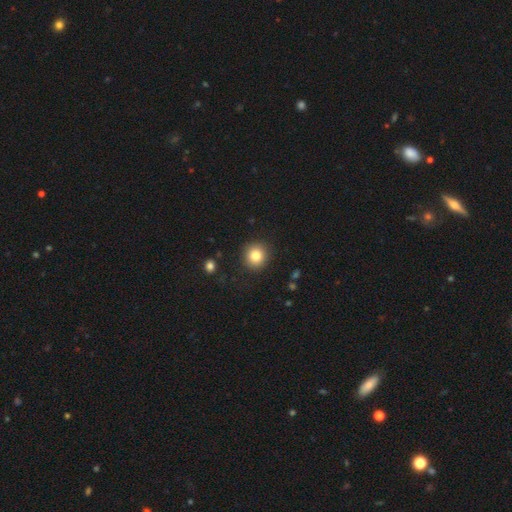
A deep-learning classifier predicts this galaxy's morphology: A smooth galaxy with no disk features (83%) that is round (91%). Merging: none (90%).